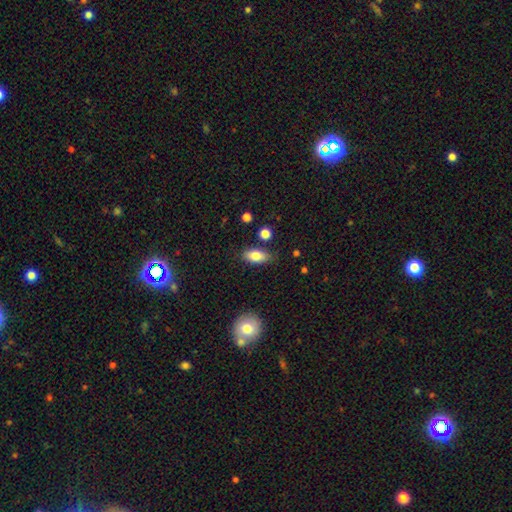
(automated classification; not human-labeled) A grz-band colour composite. It shows a smooth galaxy with no disk features (80%) that is in between round and cigar-shaped (88%). Merging: none (79%).